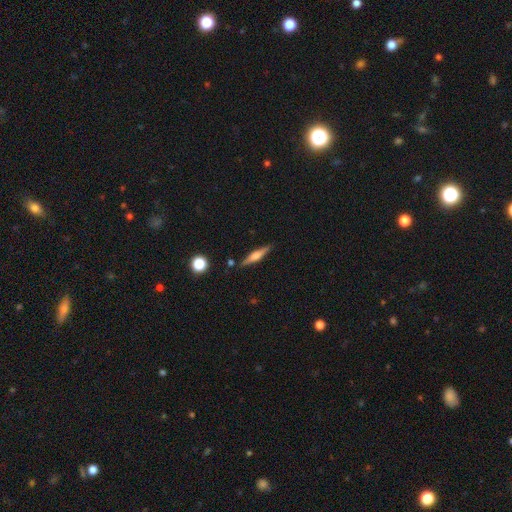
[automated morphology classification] Smooth or featured? featured or disk (59%)
Edge-on disk? yes (97%)
Edge-on bulge? rounded (78%)
Merging? none (85%)